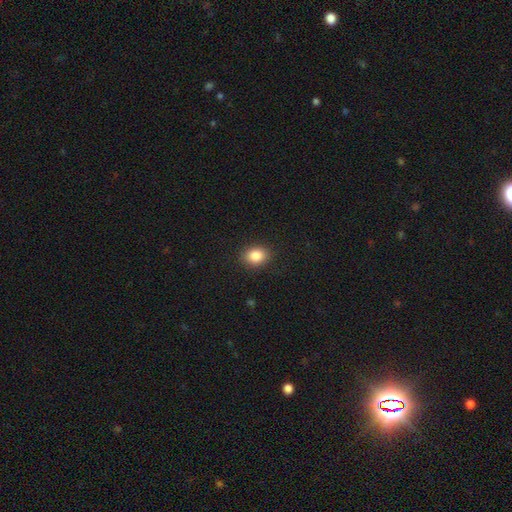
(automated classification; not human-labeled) Morphology: type=smooth (85%); roundness=in between (54%); merging=none (89%).